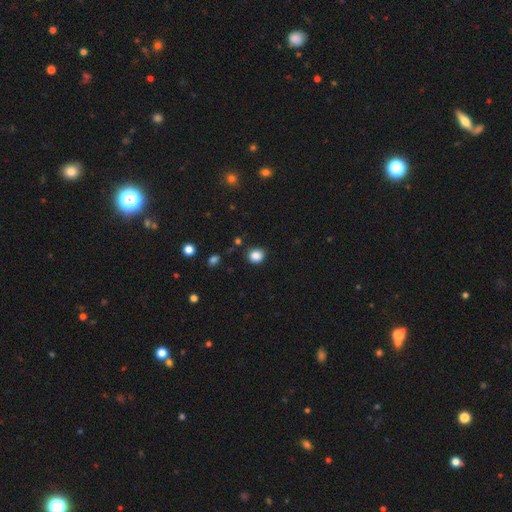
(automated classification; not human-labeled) smooth 86%, star or artifact 10%, featured or disk 3%. Down the decision tree: how rounded — round (80%); merging — none (85%).